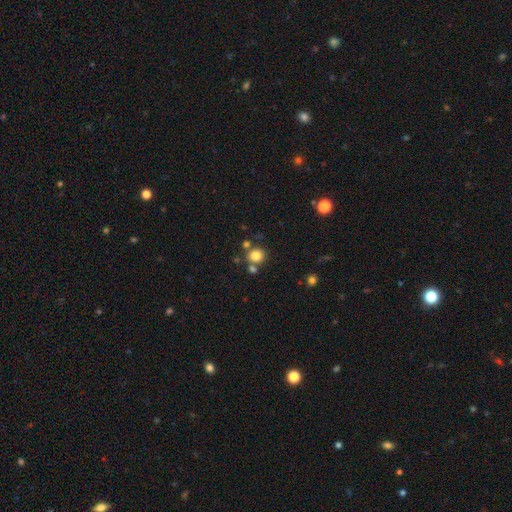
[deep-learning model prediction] Smooth or featured?
  - smooth: 81% *
  - star or artifact: 12%
  - featured or disk: 7%
How rounded?
  - round: 87% *
  - in between: 12%
  - cigar-shaped: 1%
Merging?
  - none: 71% *
  - merger: 17%
  - minor disturbance: 9%
  - major disturbance: 3%